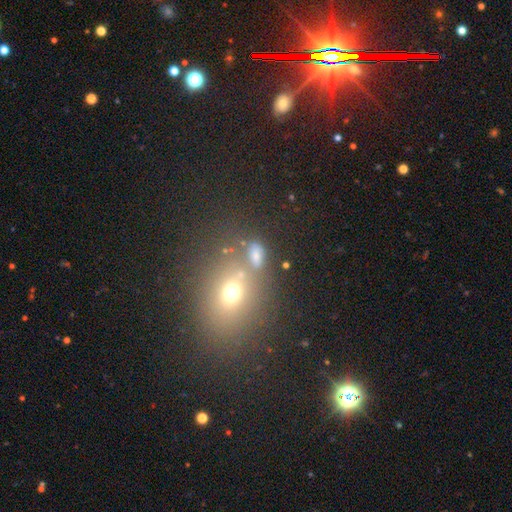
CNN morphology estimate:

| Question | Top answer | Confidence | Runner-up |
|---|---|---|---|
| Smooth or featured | smooth | 63% | star or artifact (24%) |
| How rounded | in between | 69% | round (26%) |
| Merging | none | 57% | merger (21%) |